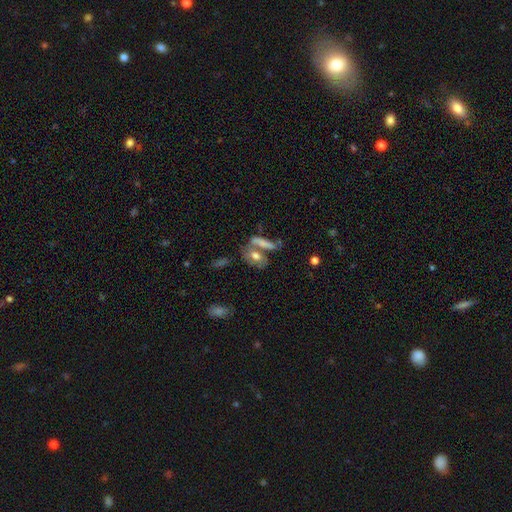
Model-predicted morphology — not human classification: Q: Smooth or featured?
A: smooth (62%); runner-up: featured or disk (28%)
Q: How rounded?
A: in between (72%); runner-up: cigar-shaped (18%)
Q: Merging?
A: merger (41%); runner-up: none (37%)